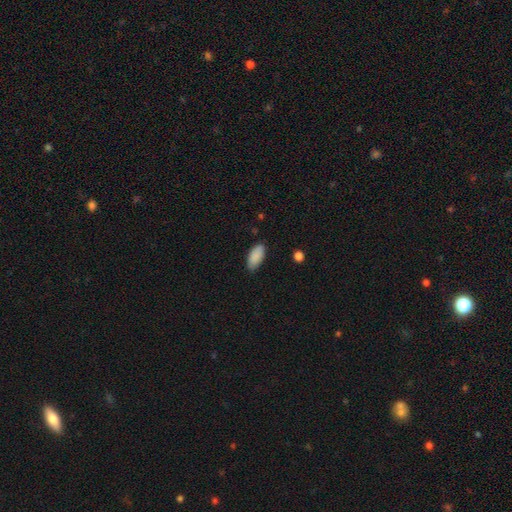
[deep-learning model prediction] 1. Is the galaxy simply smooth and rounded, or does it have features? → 89% smooth, 6% star or artifact, 4% featured or disk.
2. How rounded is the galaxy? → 92% in between, 7% cigar-shaped, 2% round.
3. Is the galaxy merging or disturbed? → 82% none, 15% minor disturbance, 2% major disturbance, 1% merger.